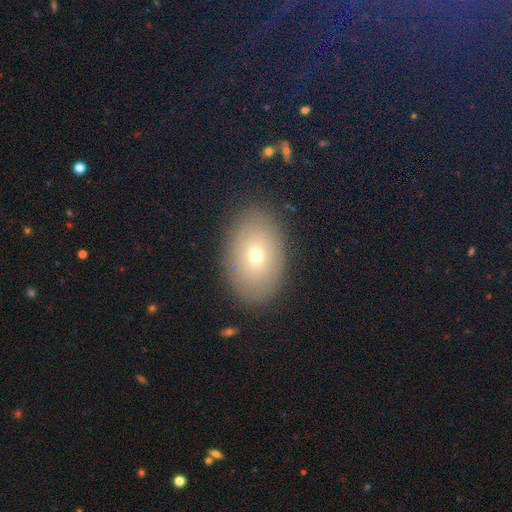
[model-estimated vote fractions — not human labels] Q: Smooth or featured?
A: smooth (64%); runner-up: featured or disk (24%)
Q: How rounded?
A: in between (82%); runner-up: round (17%)
Q: Merging?
A: none (86%); runner-up: minor disturbance (10%)